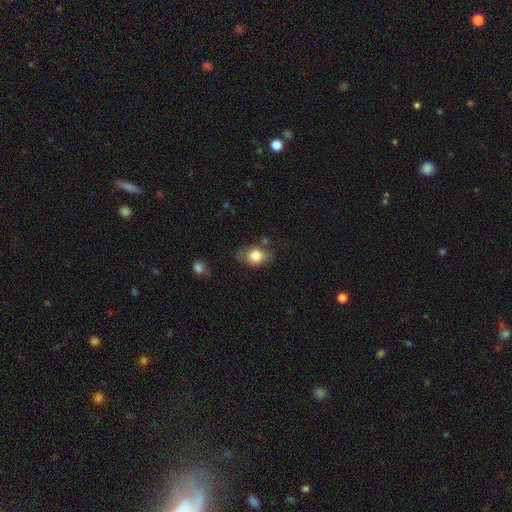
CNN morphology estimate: smooth-or-featured: smooth: 79% | featured or disk: 13% | star or artifact: 8%
  how-rounded: in between: 68% | round: 30% | cigar-shaped: 2%
  merging: none: 61% | minor disturbance: 27% | major disturbance: 7% | merger: 5%